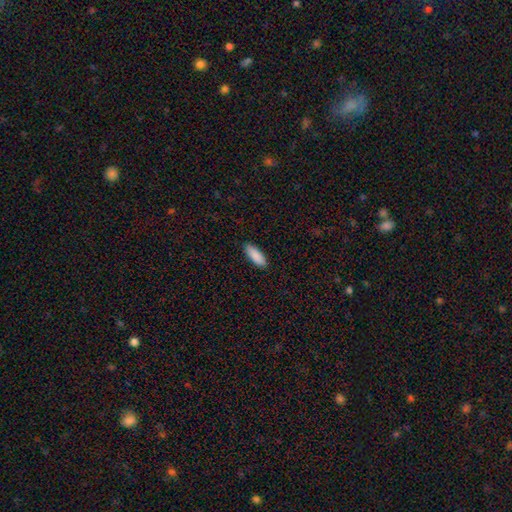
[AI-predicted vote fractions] This appears to be a smooth galaxy with no disk features (90%) that is in between round and cigar-shaped (65%). Merging: none (88%).